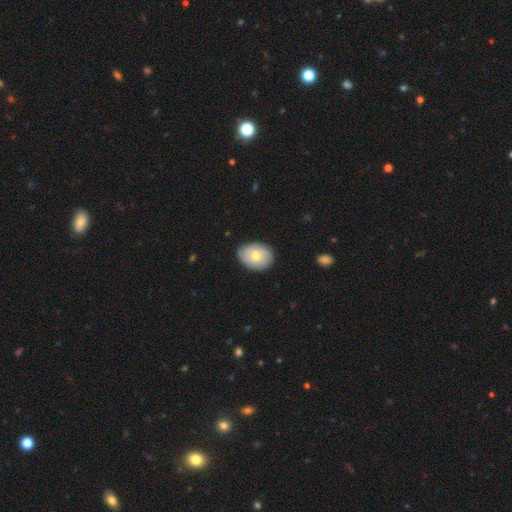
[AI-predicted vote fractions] smooth_or_featured: smooth (p=0.61) [alt: featured or disk p=0.33]
how_rounded: in between (p=0.67) [alt: round p=0.32]
merging: none (p=0.83) [alt: minor disturbance p=0.14]